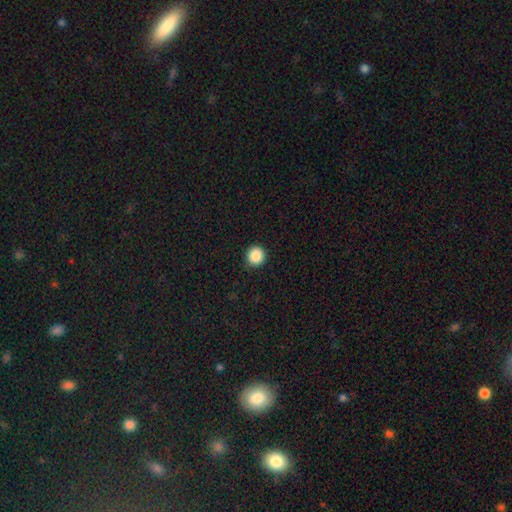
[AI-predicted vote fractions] smooth_or_featured: smooth (p=0.88) [alt: star or artifact p=0.10]
how_rounded: round (p=0.94) [alt: in between p=0.05]
merging: none (p=0.91) [alt: minor disturbance p=0.07]